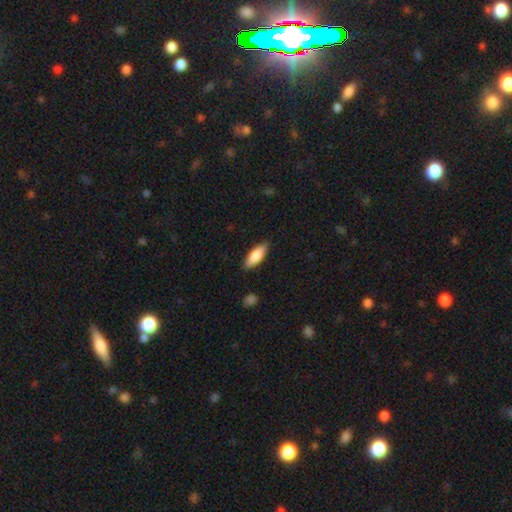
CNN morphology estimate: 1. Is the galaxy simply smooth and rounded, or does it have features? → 82% smooth, 12% featured or disk, 5% star or artifact.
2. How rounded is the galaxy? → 63% in between, 35% cigar-shaped, 2% round.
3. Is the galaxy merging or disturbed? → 87% none, 10% minor disturbance, 2% major disturbance, 1% merger.